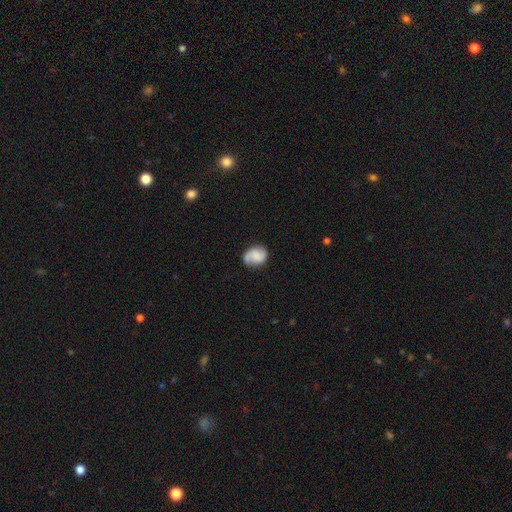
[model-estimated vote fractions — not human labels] A featured or disk galaxy (54%) with no bar (60%), spiral arms (92%) and no central bulge (37%). Merging: none (70%).